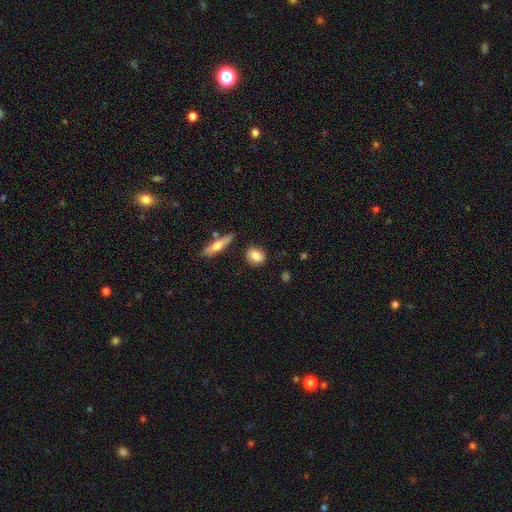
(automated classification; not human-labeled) This appears to be a smooth galaxy with no disk features (81%) that is round (49%). Merging: none (81%).